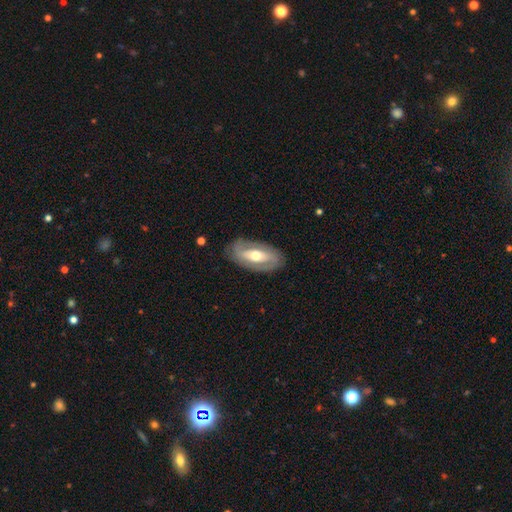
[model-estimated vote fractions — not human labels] A featured or disk galaxy (67%) with no bar (43%), spiral arms (53%) and a moderate central bulge (70%).

Vote fractions:
- Smooth or featured? featured or disk: 67% / smooth: 28% / star or artifact: 5%
- Edge-on disk? no: 88% / yes: 12%
- Bar? no: 43% / strong: 29% / weak: 28%
- Spiral arms? yes: 53% / no: 47%
- Bulge size? moderate: 70% / small: 17% / large: 11% / dominant: 1% / none: 1%
- Merging? none: 81% / minor disturbance: 13% / major disturbance: 5% / merger: 1%